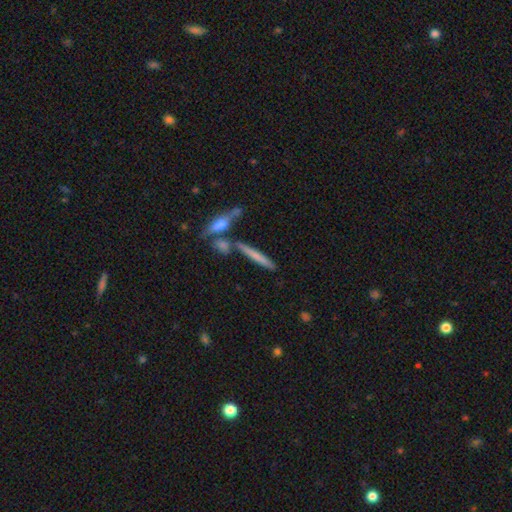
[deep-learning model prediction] Smooth or featured: smooth — 58% (featured or disk — 35%)
How rounded: cigar-shaped — 91% (in between — 6%)
Merging: none — 72% (merger — 16%)